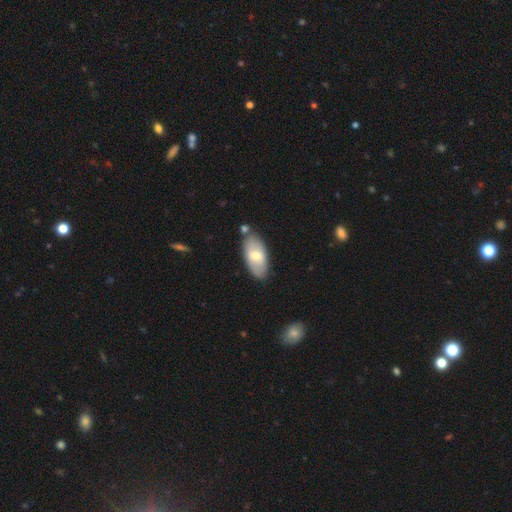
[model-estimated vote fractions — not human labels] A smooth galaxy with no disk features (60%) that is in between round and cigar-shaped (91%). Merging: none (77%).